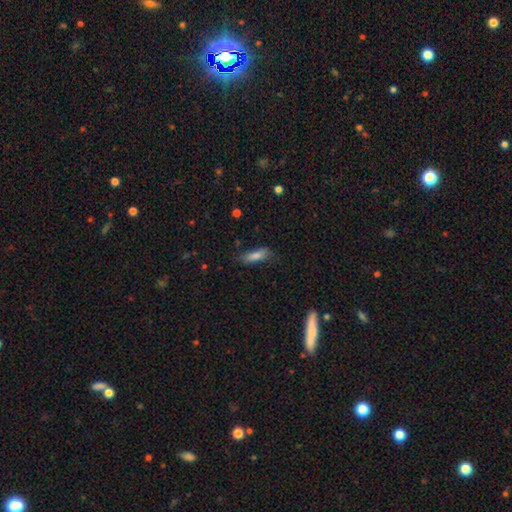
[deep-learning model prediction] Smooth or featured: smooth — 77% (featured or disk — 15%)
How rounded: in between — 50% (cigar-shaped — 47%)
Merging: none — 65% (minor disturbance — 25%)